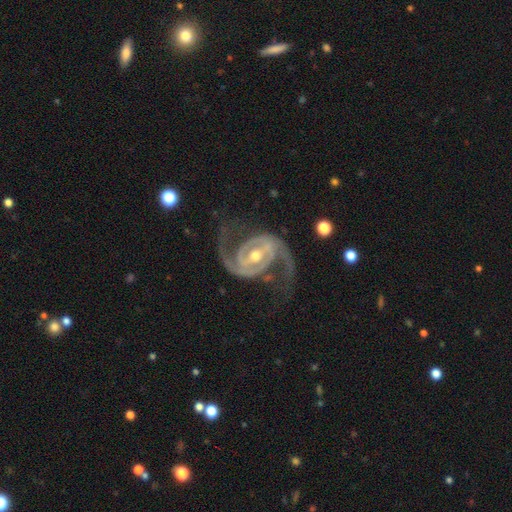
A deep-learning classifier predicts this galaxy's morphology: Smooth or featured? Predicted: featured or disk (p=0.94). Edge-on disk? Predicted: no (p=0.98). Bar? Predicted: strong (p=0.41). Spiral arms? Predicted: yes (p=0.99). Spiral winding? Predicted: medium (p=0.56). Spiral arm count? Predicted: 2 (p=0.93). Bulge size? Predicted: moderate (p=0.67). Merging? Predicted: none (p=0.74).